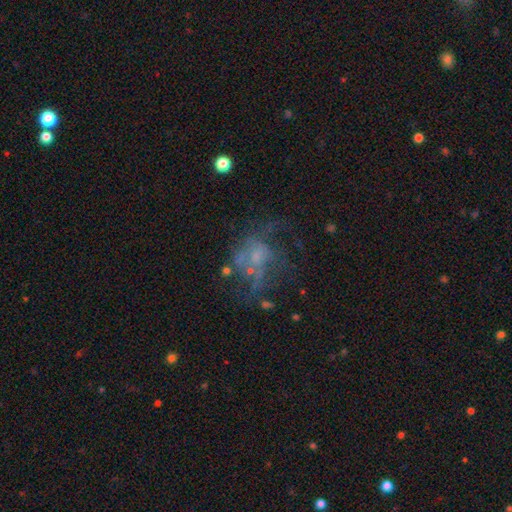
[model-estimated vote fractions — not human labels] Smooth or featured: featured or disk — 55% (smooth — 25%)
Edge-on disk: no — 97% (yes — 3%)
Bar: no — 81% (weak — 16%)
Spiral arms: no — 68% (yes — 32%)
Bulge size: none — 42% (small — 32%)
Merging: major disturbance — 41% (none — 36%)